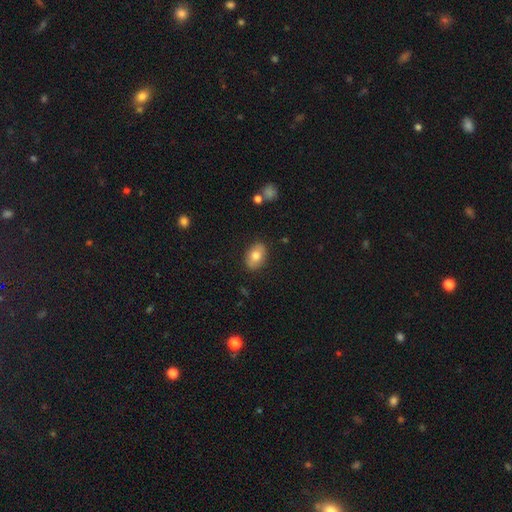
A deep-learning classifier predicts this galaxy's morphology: Smooth or featured?
  - smooth: 74% *
  - featured or disk: 18%
  - star or artifact: 8%
How rounded?
  - in between: 83% *
  - round: 16%
  - cigar-shaped: 1%
Merging?
  - none: 86% *
  - minor disturbance: 10%
  - major disturbance: 2%
  - merger: 1%